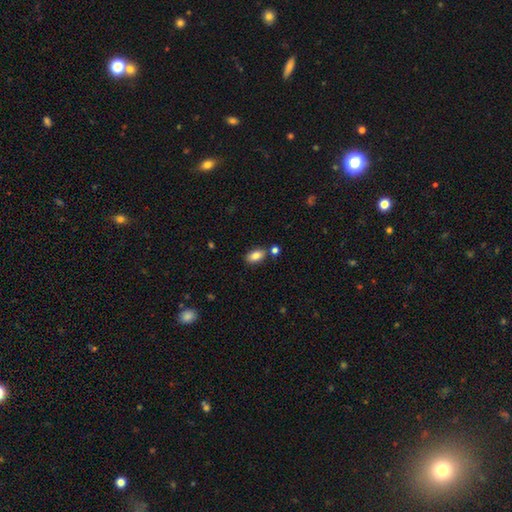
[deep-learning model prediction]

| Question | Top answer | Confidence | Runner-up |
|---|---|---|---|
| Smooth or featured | smooth | 84% | featured or disk (9%) |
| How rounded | in between | 92% | round (5%) |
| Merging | none | 77% | minor disturbance (11%) |